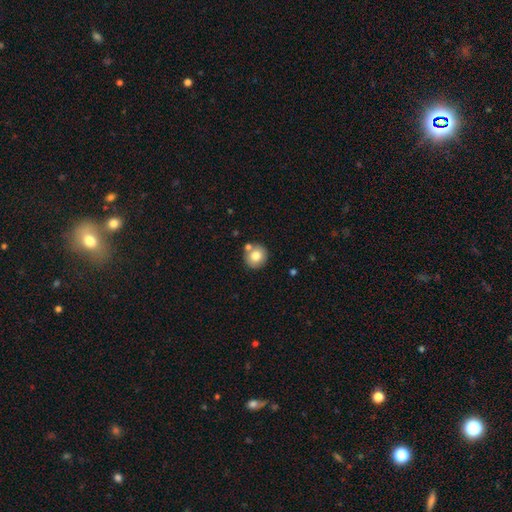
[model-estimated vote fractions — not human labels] Q: Smooth or featured?
A: smooth (77%); runner-up: featured or disk (13%)
Q: How rounded?
A: round (89%); runner-up: in between (10%)
Q: Merging?
A: none (73%); runner-up: merger (15%)